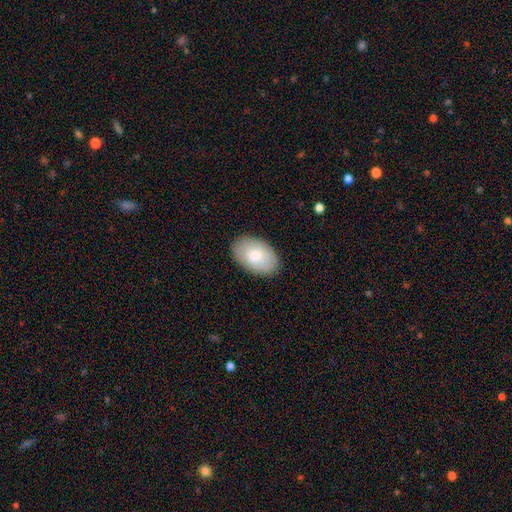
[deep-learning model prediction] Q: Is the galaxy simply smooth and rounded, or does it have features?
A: smooth — 76%.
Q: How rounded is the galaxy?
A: in between — 92%.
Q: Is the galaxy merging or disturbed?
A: none — 87%.